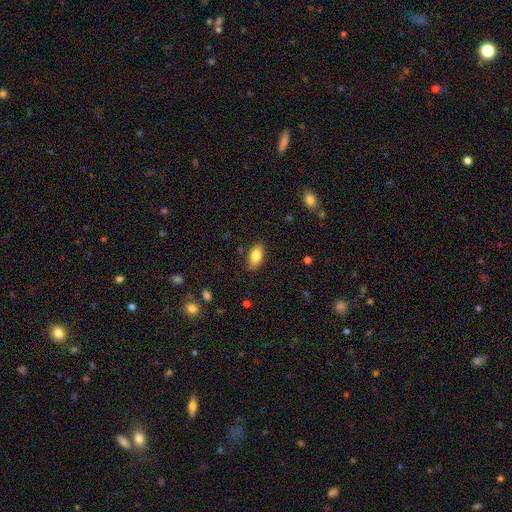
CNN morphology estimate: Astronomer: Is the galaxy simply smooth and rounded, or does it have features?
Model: smooth — 82%.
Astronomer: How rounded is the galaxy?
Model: in between — 90%.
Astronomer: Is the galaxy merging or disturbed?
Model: none — 85%.